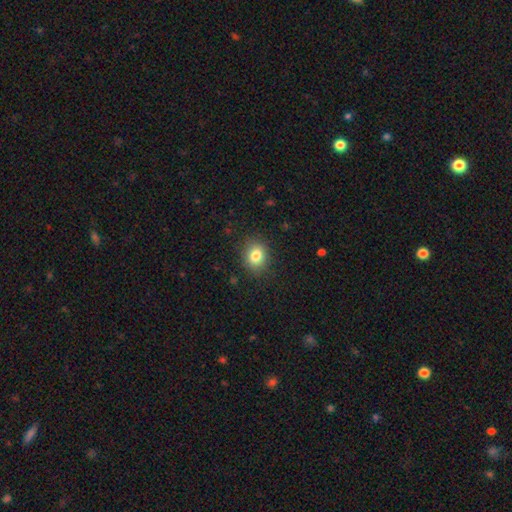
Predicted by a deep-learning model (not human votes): Smooth or featured?
  - smooth: 82% *
  - star or artifact: 11%
  - featured or disk: 8%
How rounded?
  - round: 62% *
  - in between: 37%
  - cigar-shaped: 1%
Merging?
  - none: 87% *
  - minor disturbance: 9%
  - major disturbance: 3%
  - merger: 1%